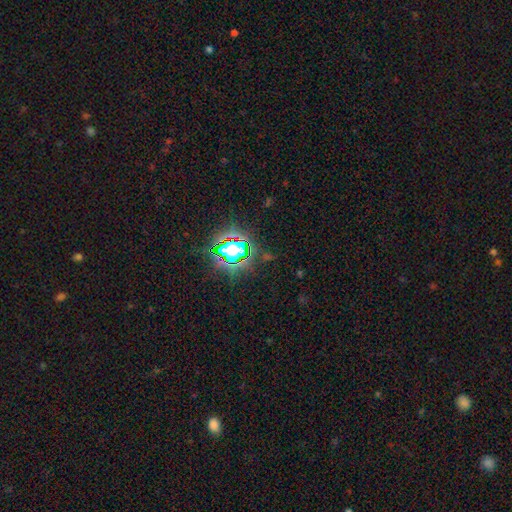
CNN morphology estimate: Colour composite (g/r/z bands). It shows a star or artifact, not a galaxy (79%).